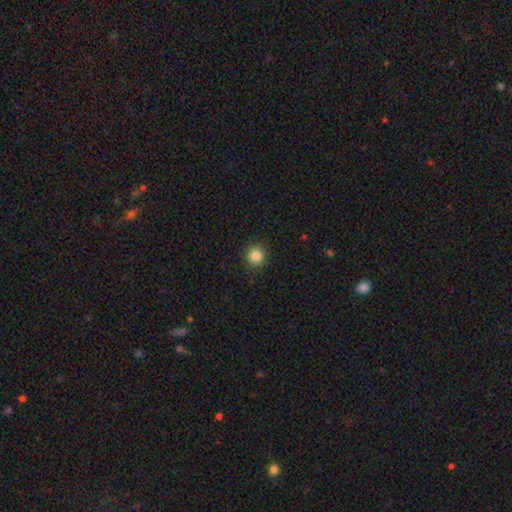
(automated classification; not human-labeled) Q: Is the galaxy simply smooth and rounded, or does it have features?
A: smooth — 84%.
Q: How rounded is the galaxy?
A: round — 92%.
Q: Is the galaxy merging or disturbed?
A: none — 91%.